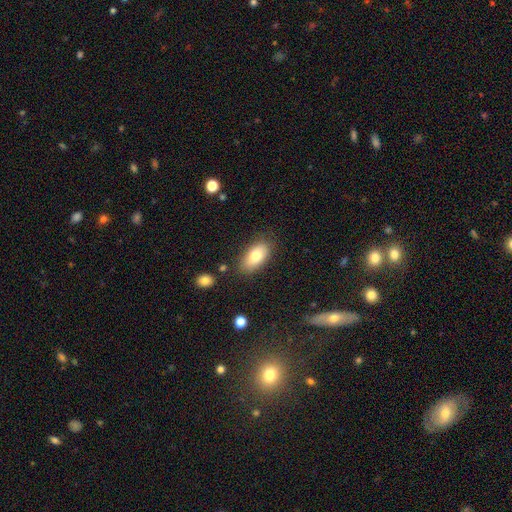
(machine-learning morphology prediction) Smooth or featured: smooth — 79% (featured or disk — 14%)
How rounded: in between — 92% (round — 4%)
Merging: none — 79% (minor disturbance — 14%)